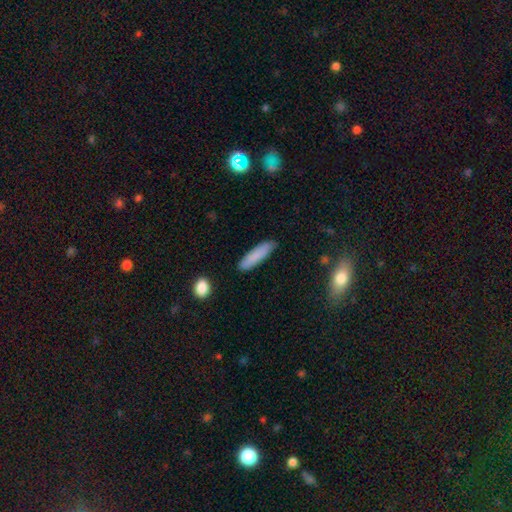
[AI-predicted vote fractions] Morphology: type=smooth (84%); roundness=cigar-shaped (74%); merging=none (86%).